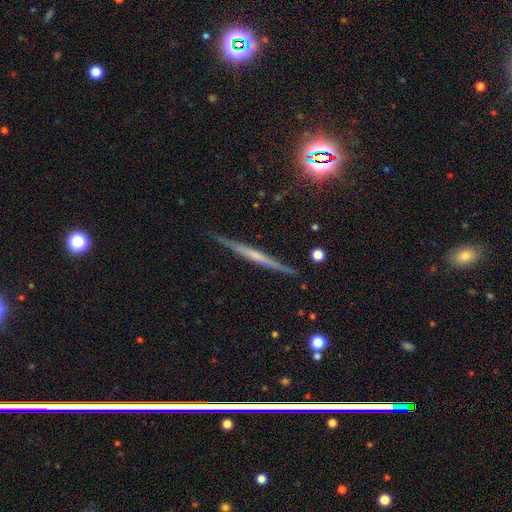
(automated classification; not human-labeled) This appears to be a featured or disk galaxy (63%) viewed edge-on (97%) with no central bulge (66%). Merging: none (88%).